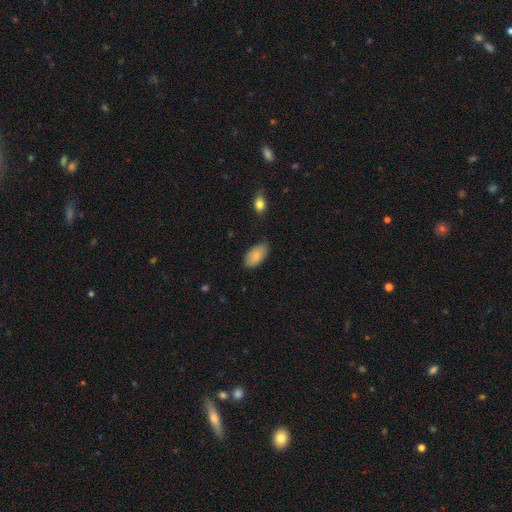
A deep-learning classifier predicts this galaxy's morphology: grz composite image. It shows a smooth galaxy with no disk features (86%) that is in between round and cigar-shaped (94%). Merging: none (75%).